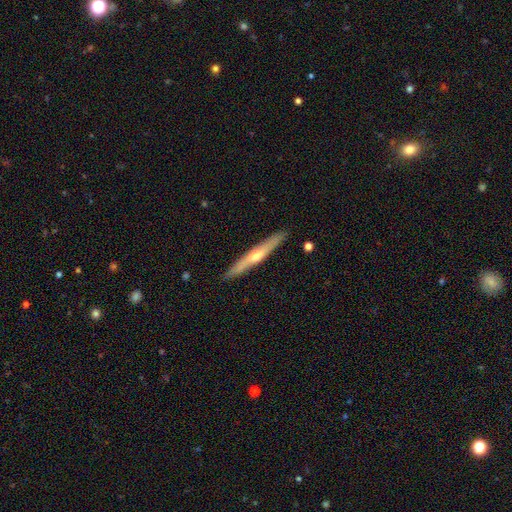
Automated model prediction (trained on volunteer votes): Q: Smooth or featured?
A: featured or disk (63%); runner-up: smooth (31%)
Q: Edge-on disk?
A: yes (96%); runner-up: no (4%)
Q: Edge-on bulge?
A: rounded (79%); runner-up: none (17%)
Q: Merging?
A: none (91%); runner-up: minor disturbance (7%)